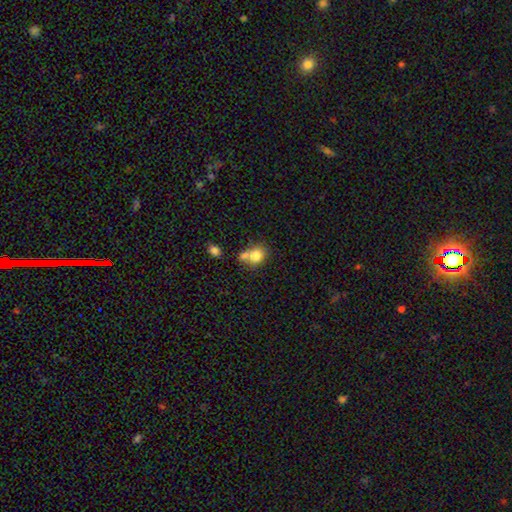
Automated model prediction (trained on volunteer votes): smooth_or_featured: smooth (p=0.77) [alt: featured or disk p=0.12]
how_rounded: round (p=0.61) [alt: in between p=0.38]
merging: merger (p=0.44) [alt: none p=0.38]